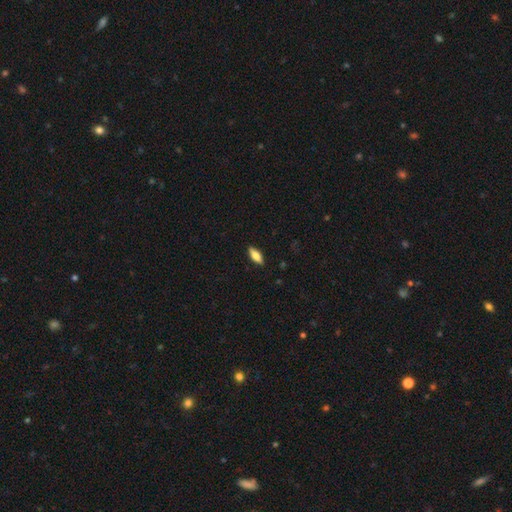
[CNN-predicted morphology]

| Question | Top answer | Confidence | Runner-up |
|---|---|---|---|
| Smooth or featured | smooth | 73% | featured or disk (20%) |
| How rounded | in between | 73% | cigar-shaped (24%) |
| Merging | none | 89% | minor disturbance (9%) |